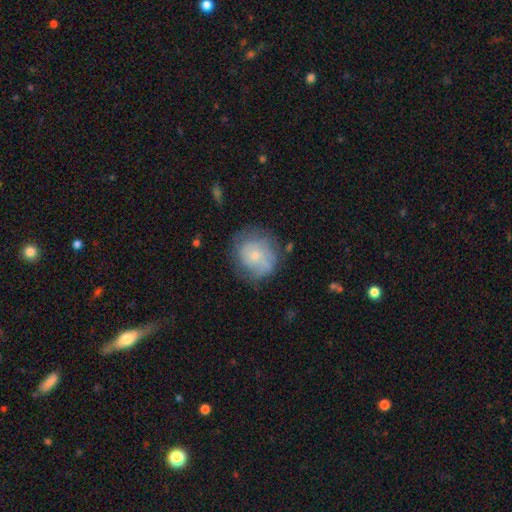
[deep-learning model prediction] smooth-or-featured: smooth: 47% | featured or disk: 45% | star or artifact: 8%
  merging: none: 64% | minor disturbance: 23% | major disturbance: 11% | merger: 2%